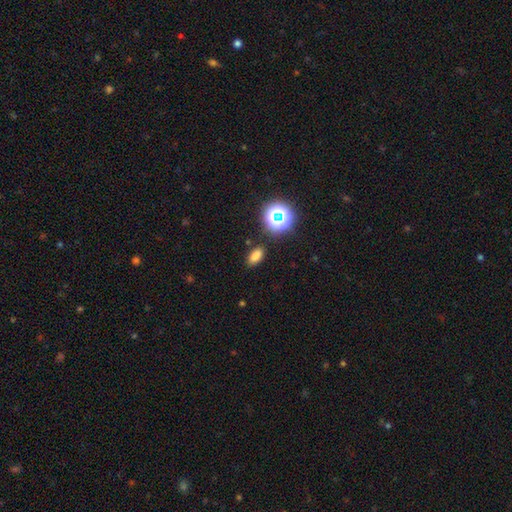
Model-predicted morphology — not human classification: Q: Smooth or featured?
A: smooth (76%); runner-up: star or artifact (19%)
Q: How rounded?
A: in between (86%); runner-up: round (10%)
Q: Merging?
A: none (85%); runner-up: minor disturbance (9%)